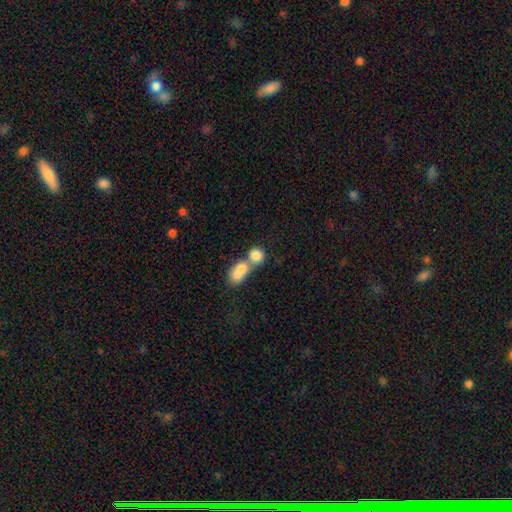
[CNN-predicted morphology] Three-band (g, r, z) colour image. It shows a smooth galaxy with no disk features (79%) that is round (61%). Merging: merger (67%).